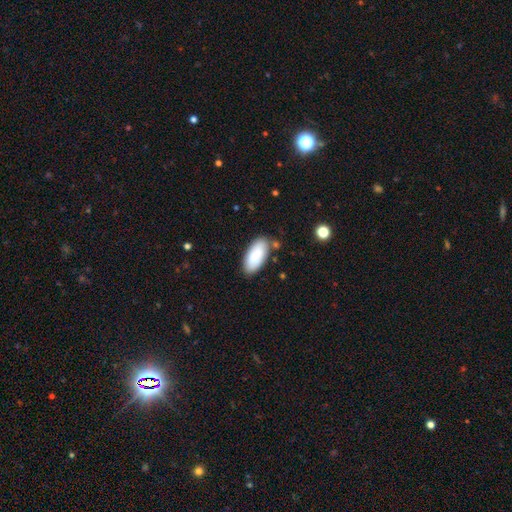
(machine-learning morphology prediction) Overall: smooth (87%). How rounded: in between (91%). Merging: none (80%).